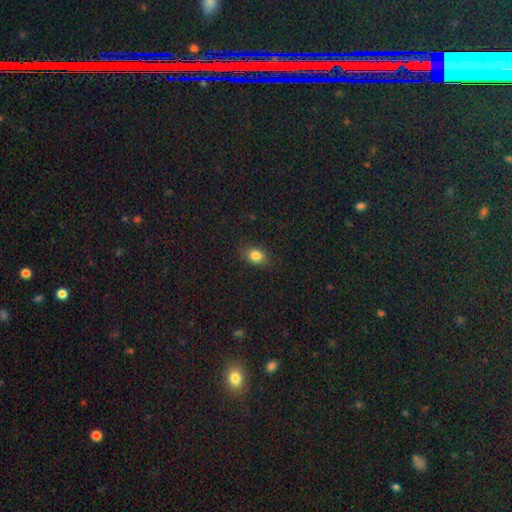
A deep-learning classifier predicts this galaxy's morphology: This appears to be a smooth galaxy with no disk features (83%) that is in between round and cigar-shaped (61%). Merging: none (84%).